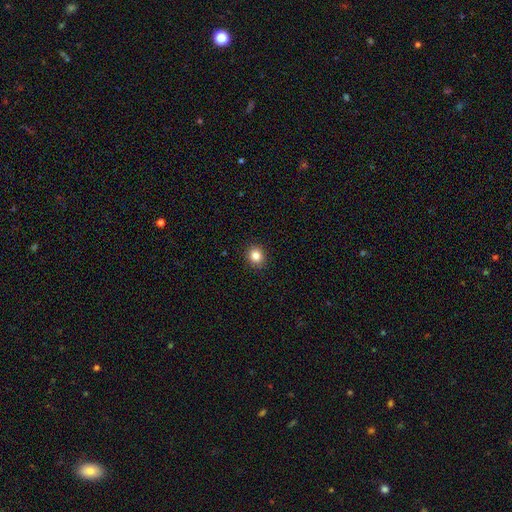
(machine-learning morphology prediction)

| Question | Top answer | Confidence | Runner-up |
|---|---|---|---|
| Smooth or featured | smooth | 84% | star or artifact (11%) |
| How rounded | round | 79% | in between (20%) |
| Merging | none | 92% | minor disturbance (6%) |